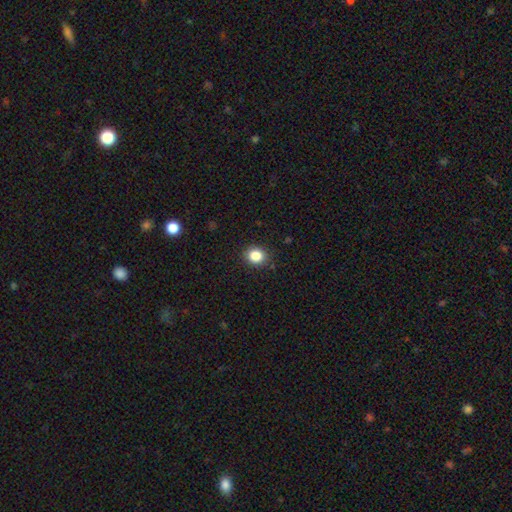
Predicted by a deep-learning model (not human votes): smooth_or_featured: smooth (p=0.85) [alt: star or artifact p=0.11]
how_rounded: round (p=0.73) [alt: in between p=0.26]
merging: none (p=0.89) [alt: minor disturbance p=0.08]